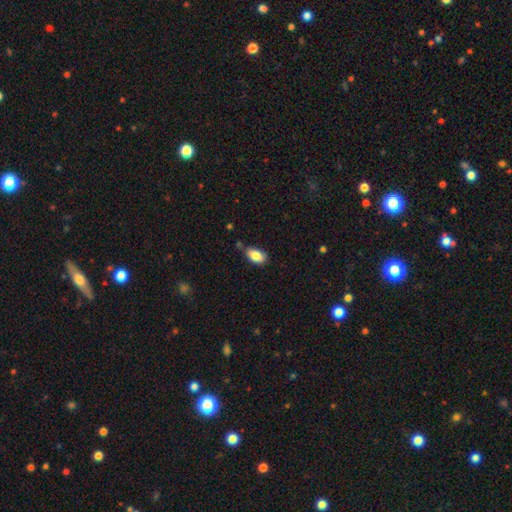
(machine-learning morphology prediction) The model was most divided on "merging": none: 68%, minor disturbance: 23%, merger: 5%, major disturbance: 4%. More confident: how rounded — in between (92%); smooth or featured — smooth (86%).